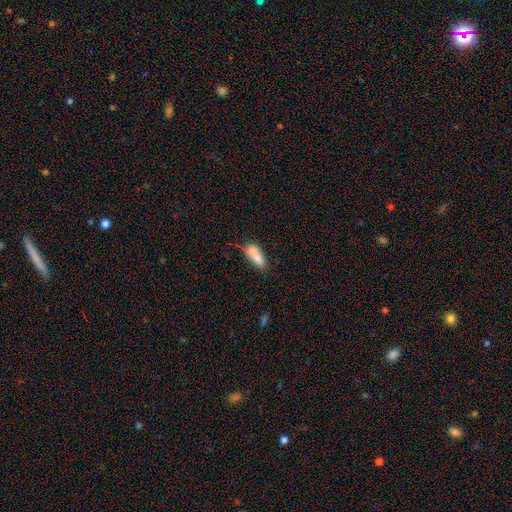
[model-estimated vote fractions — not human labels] Smooth or featured? Predicted: smooth (p=0.79). How rounded? Predicted: in between (p=0.65). Merging? Predicted: none (p=0.48).